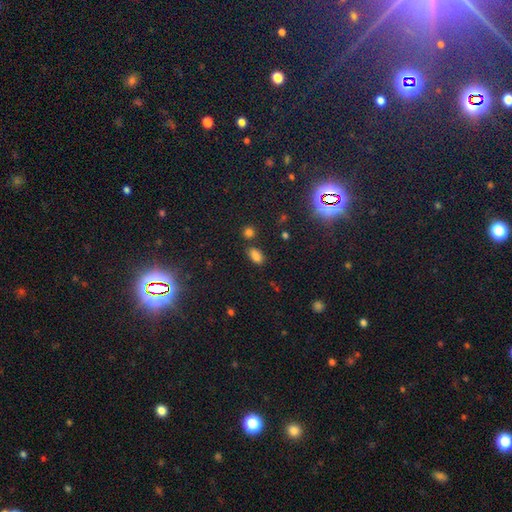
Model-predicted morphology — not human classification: smooth-or-featured: smooth: 75% | star or artifact: 20% | featured or disk: 6%
  how-rounded: in between: 87% | round: 9% | cigar-shaped: 4%
  merging: none: 71% | minor disturbance: 15% | merger: 9% | major disturbance: 4%